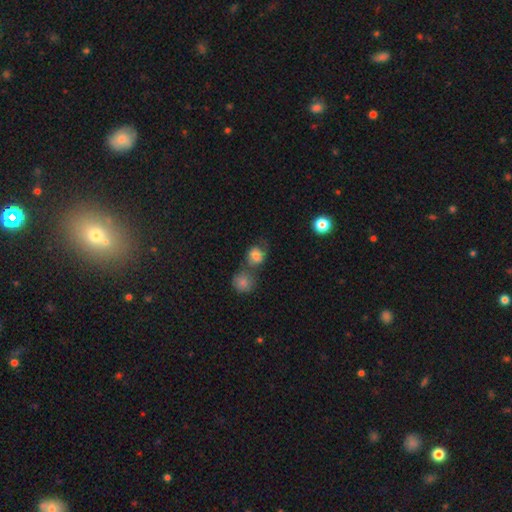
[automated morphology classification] This is likely a smooth galaxy (70%). How rounded: likely round (64%). Merging: marginally none (38%, tied with merger).